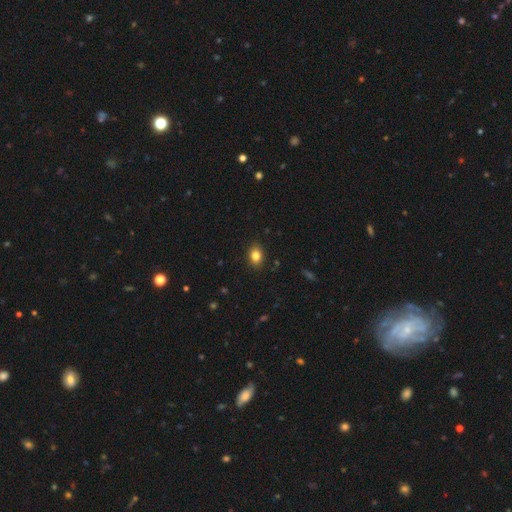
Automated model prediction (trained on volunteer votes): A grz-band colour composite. It shows a smooth galaxy with no disk features (84%) that is in between round and cigar-shaped (69%). Merging: none (88%).